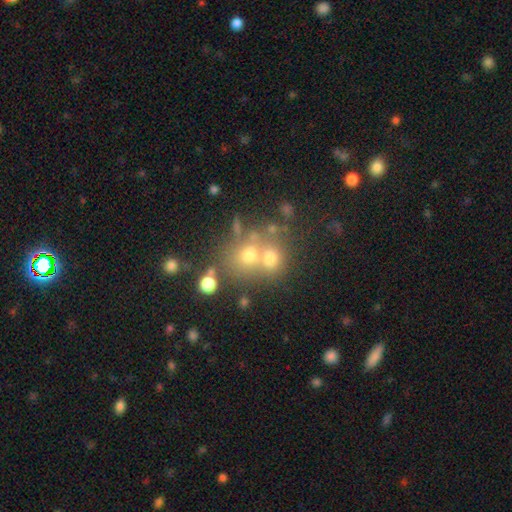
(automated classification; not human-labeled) Smooth or featured: smooth — 55% (star or artifact — 23%)
How rounded: round — 76% (in between — 23%)
Merging: merger — 44% (none — 42%)